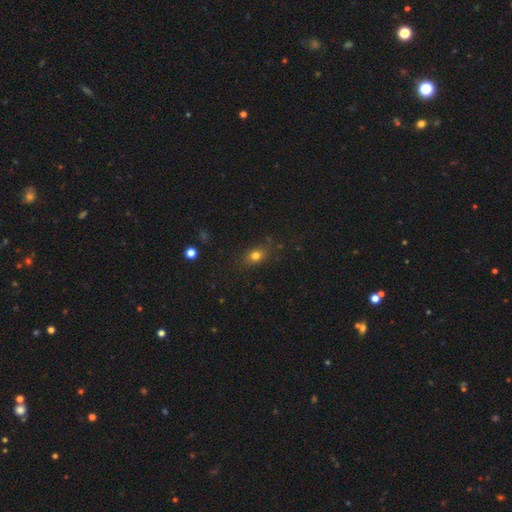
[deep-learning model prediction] Smooth or featured? smooth (78%)
How rounded? in between (59%)
Merging? none (79%)